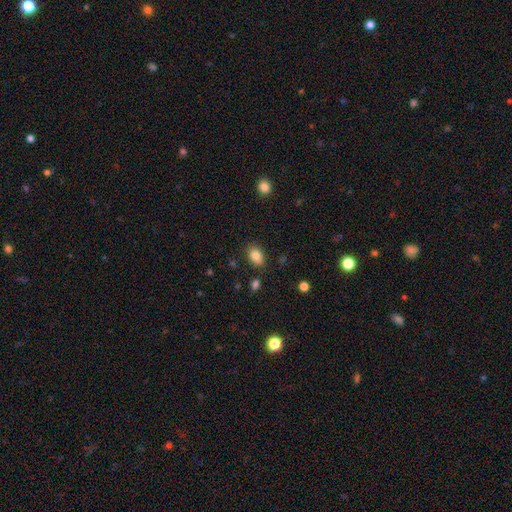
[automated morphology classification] The model was most divided on "how rounded": in between: 80%, round: 19%, cigar-shaped: 1%. More confident: smooth or featured — smooth (84%); merging — none (81%).